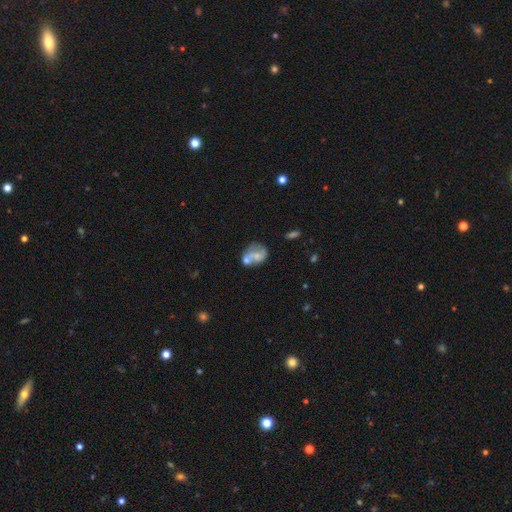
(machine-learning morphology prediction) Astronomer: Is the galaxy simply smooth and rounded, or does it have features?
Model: featured or disk — 48% (runner-up: smooth, 43%).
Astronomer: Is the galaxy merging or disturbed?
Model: merger — 41% (runner-up: none, 29%).